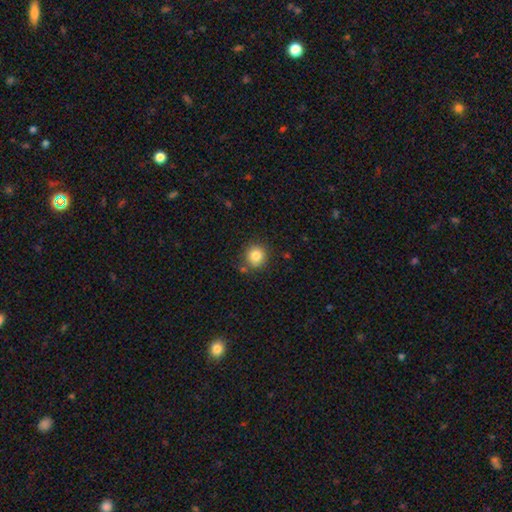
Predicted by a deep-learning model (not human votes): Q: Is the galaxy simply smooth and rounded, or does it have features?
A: smooth — 83%.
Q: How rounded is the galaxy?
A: round — 90%.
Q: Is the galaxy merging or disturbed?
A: none — 81%.